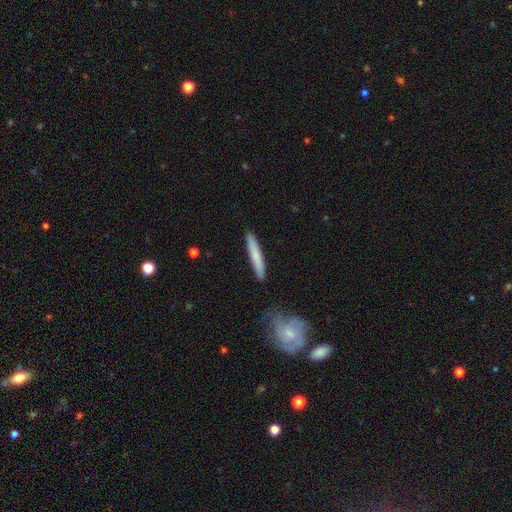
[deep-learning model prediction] Smooth or featured?
  - smooth: 68% *
  - featured or disk: 27%
  - star or artifact: 5%
How rounded?
  - cigar-shaped: 94% *
  - in between: 4%
  - round: 1%
Merging?
  - none: 87% *
  - minor disturbance: 9%
  - merger: 2%
  - major disturbance: 2%